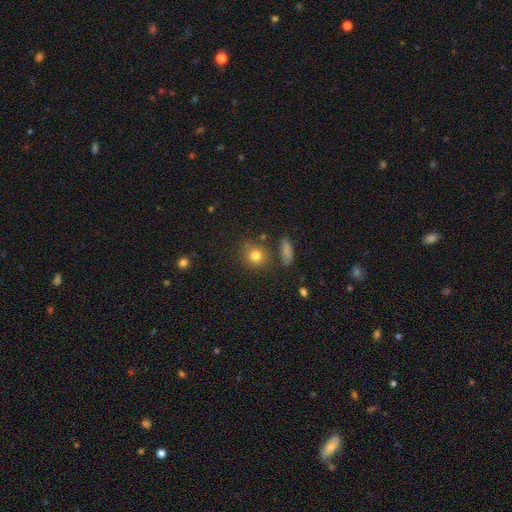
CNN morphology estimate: Overall: smooth (80%). How rounded: round (81%). Merging: none (78%).